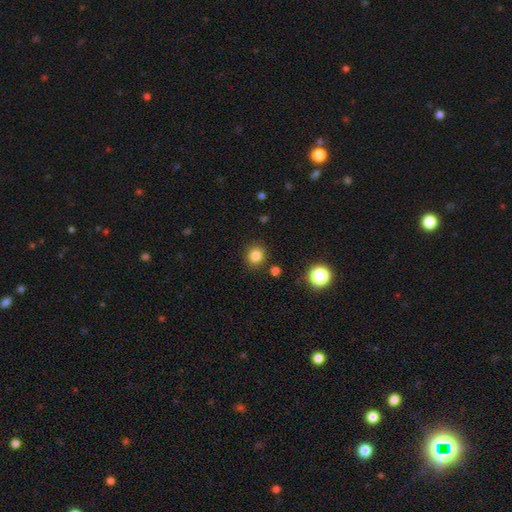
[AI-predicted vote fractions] A smooth galaxy with no disk features (83%) that is round (86%).

Vote fractions:
- Smooth or featured? smooth: 83% / star or artifact: 12% / featured or disk: 5%
- How rounded? round: 86% / in between: 13% / cigar-shaped: 1%
- Merging? none: 87% / minor disturbance: 7% / merger: 3% / major disturbance: 2%